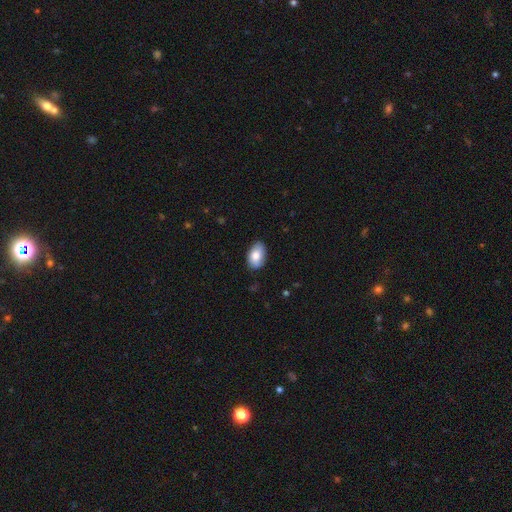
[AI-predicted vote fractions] smooth-or-featured: smooth: 80% | featured or disk: 13% | star or artifact: 6%
  how-rounded: in between: 92% | round: 7% | cigar-shaped: 1%
  merging: none: 84% | minor disturbance: 13% | major disturbance: 2% | merger: 1%